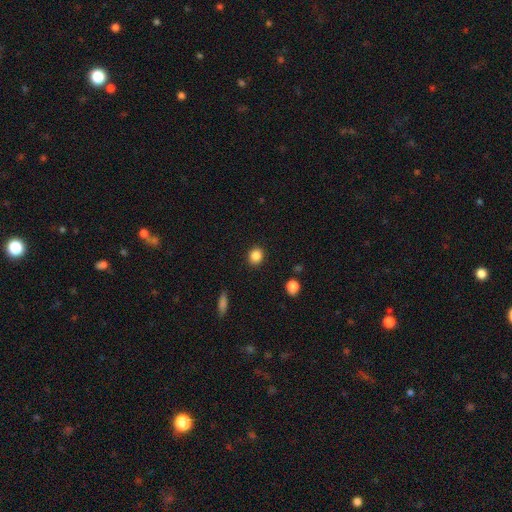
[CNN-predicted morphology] A smooth galaxy with no disk features (86%) that is round (77%).

Vote fractions:
- Smooth or featured? smooth: 86% / star or artifact: 10% / featured or disk: 4%
- How rounded? round: 77% / in between: 22% / cigar-shaped: 1%
- Merging? none: 90% / minor disturbance: 6% / major disturbance: 2% / merger: 1%